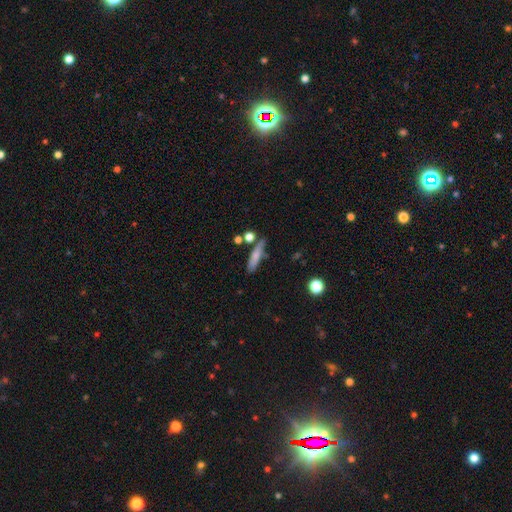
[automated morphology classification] The model was most divided on "smooth or featured": smooth: 69%, featured or disk: 23%, star or artifact: 8%. More confident: how rounded — cigar-shaped (79%); merging — none (69%).